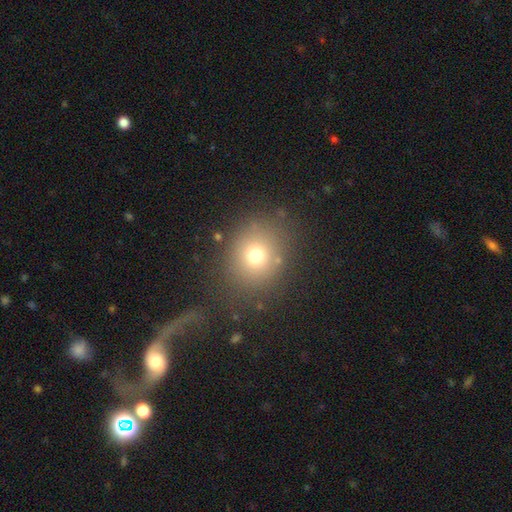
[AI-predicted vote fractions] Smooth or featured? smooth (72%)
How rounded? round (70%)
Merging? none (77%)